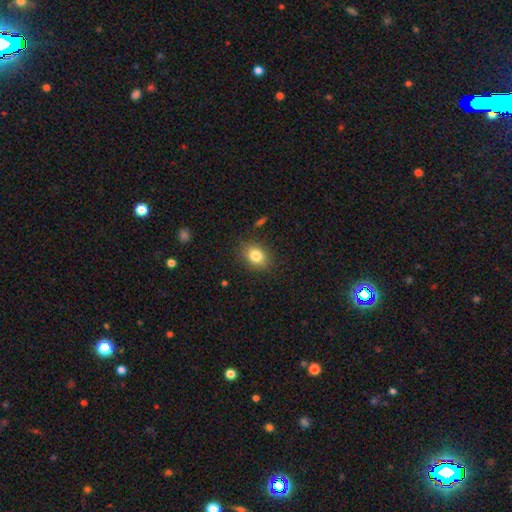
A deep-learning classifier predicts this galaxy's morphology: Smooth or featured? Predicted: smooth (p=0.82). How rounded? Predicted: in between (p=0.64). Merging? Predicted: none (p=0.85).